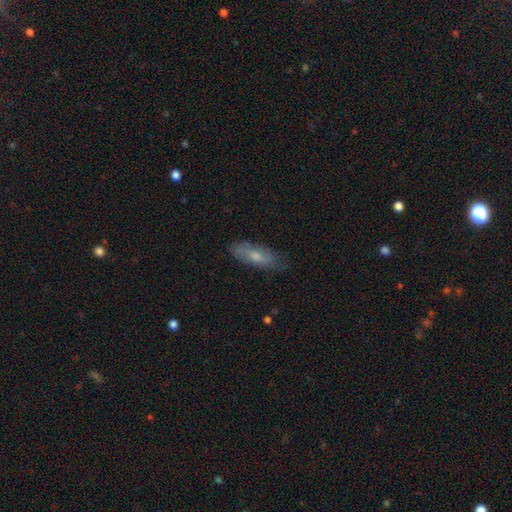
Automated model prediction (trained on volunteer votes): Smooth or featured? smooth (62%)
How rounded? in between (59%)
Merging? none (75%)